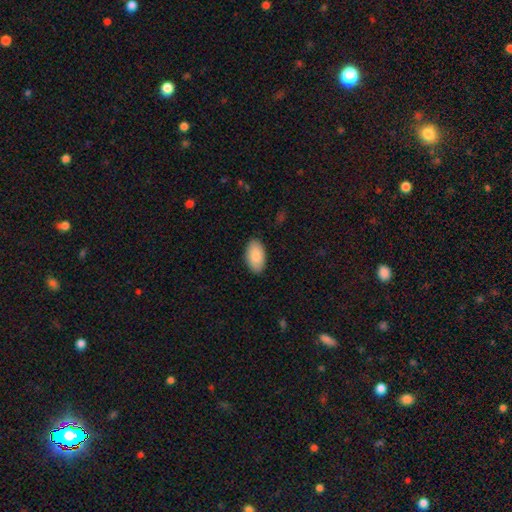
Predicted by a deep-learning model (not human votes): Smooth or featured?
  - smooth: 89% *
  - star or artifact: 6%
  - featured or disk: 6%
How rounded?
  - in between: 96% *
  - round: 3%
  - cigar-shaped: 2%
Merging?
  - none: 88% *
  - minor disturbance: 9%
  - major disturbance: 2%
  - merger: 1%